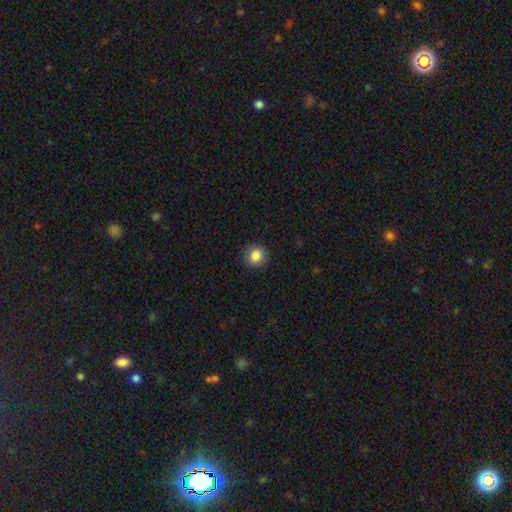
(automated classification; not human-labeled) smooth 86%, star or artifact 10%, featured or disk 4%. Down the decision tree: how rounded — round (81%); merging — none (86%).